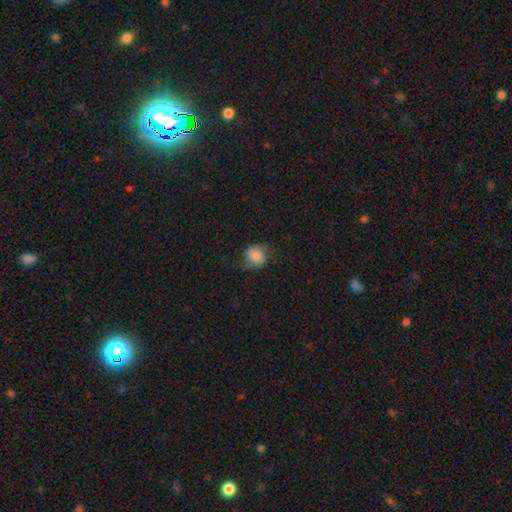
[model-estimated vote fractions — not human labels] smooth_or_featured: smooth (p=0.55) [alt: featured or disk p=0.35]
how_rounded: round (p=0.67) [alt: in between p=0.32]
merging: none (p=0.65) [alt: minor disturbance p=0.21]